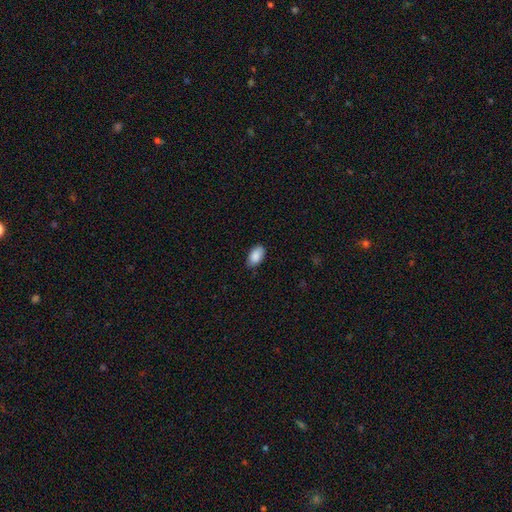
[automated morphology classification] smooth 89%, star or artifact 7%, featured or disk 4%. Down the decision tree: how rounded — in between (94%); merging — none (84%).